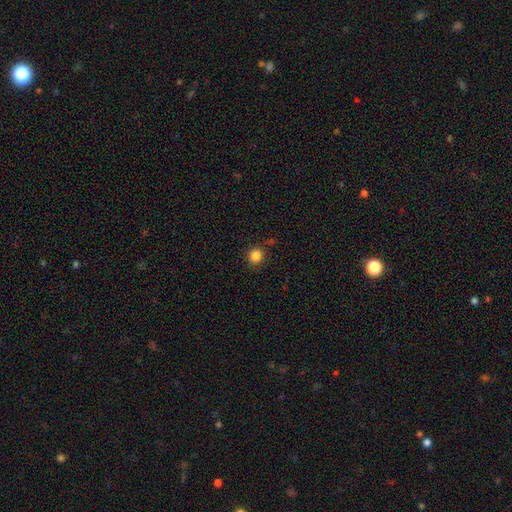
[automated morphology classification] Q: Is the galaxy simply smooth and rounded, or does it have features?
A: smooth — 84%.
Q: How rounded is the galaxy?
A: round — 85%.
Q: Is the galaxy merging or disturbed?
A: none — 84%.